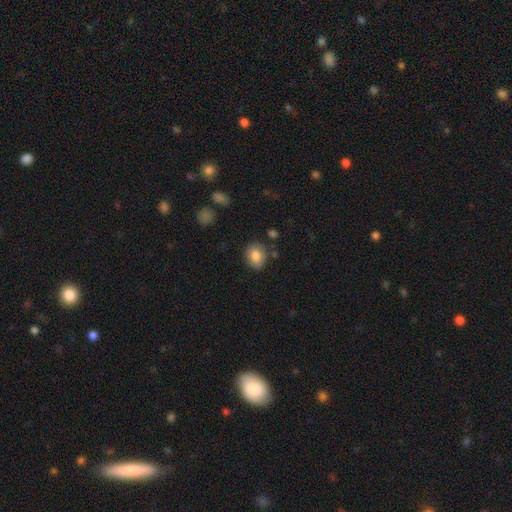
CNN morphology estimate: Smooth or featured? Predicted: smooth (p=0.82). How rounded? Predicted: round (p=0.54). Merging? Predicted: none (p=0.79).